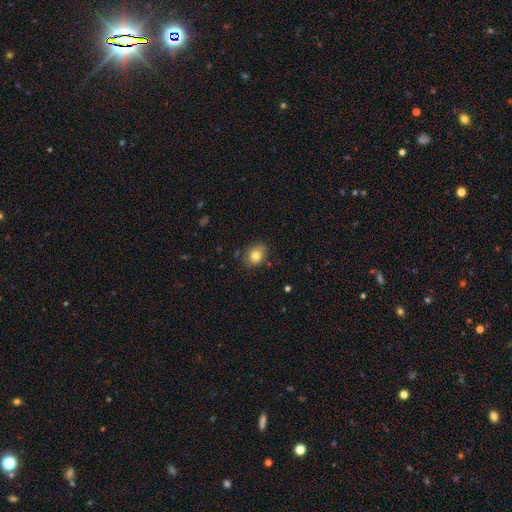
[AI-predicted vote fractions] Overall: smooth (80%). How rounded: in between (52%; round 47%). Merging: none (81%).